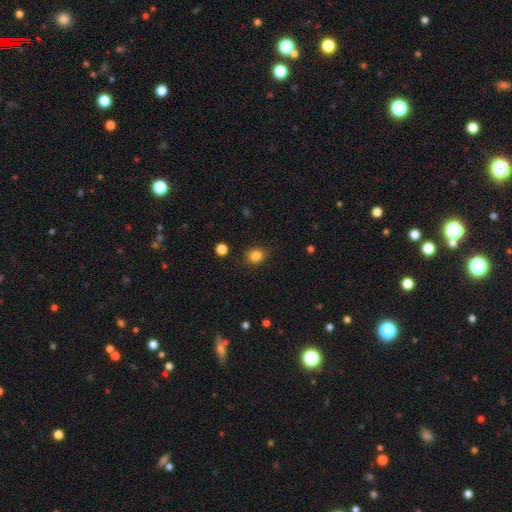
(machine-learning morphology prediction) A smooth galaxy with no disk features (84%) that is round (64%).

Vote fractions:
- Smooth or featured? smooth: 84% / star or artifact: 11% / featured or disk: 4%
- How rounded? round: 64% / in between: 35% / cigar-shaped: 1%
- Merging? none: 85% / minor disturbance: 11% / major disturbance: 3% / merger: 2%